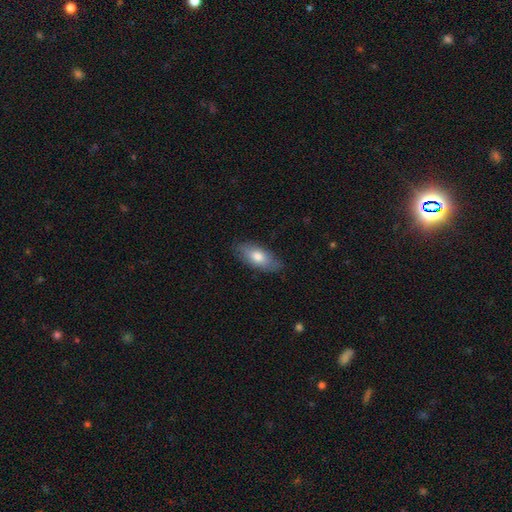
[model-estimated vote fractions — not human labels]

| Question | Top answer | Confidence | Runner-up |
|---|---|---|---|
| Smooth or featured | smooth | 71% | featured or disk (23%) |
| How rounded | in between | 85% | cigar-shaped (12%) |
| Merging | none | 81% | minor disturbance (15%) |